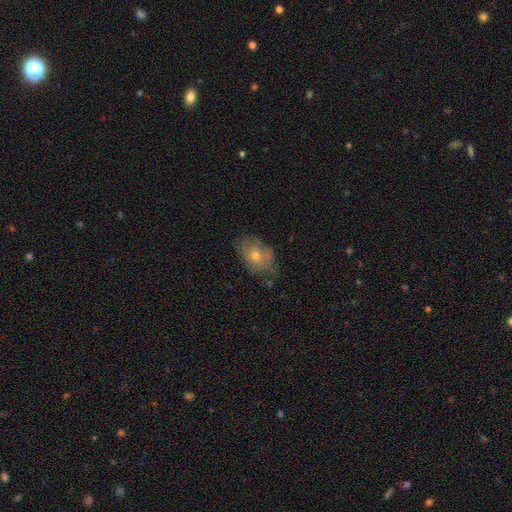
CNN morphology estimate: This is possibly a smooth galaxy (48%). Merging: likely none (61%).